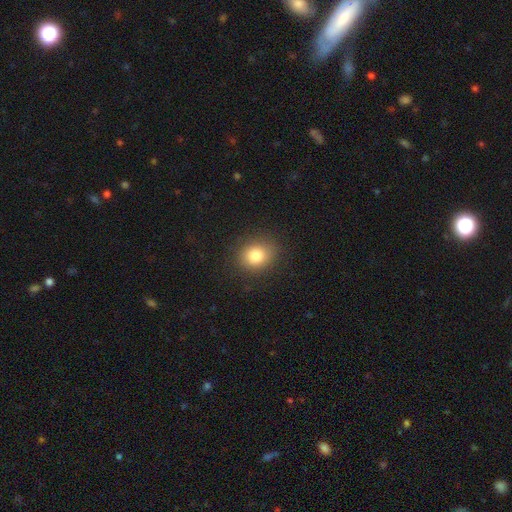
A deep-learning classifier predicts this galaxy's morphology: Smooth or featured? smooth (82%)
How rounded? round (65%)
Merging? none (86%)